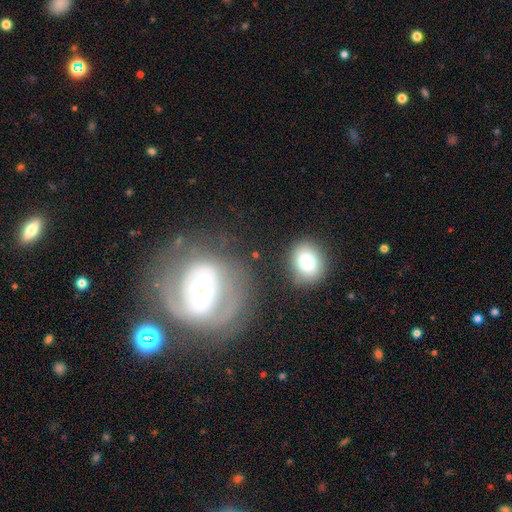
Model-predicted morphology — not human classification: Smooth or featured: smooth — 49% (featured or disk — 40%)
Merging: none — 64% (minor disturbance — 16%)